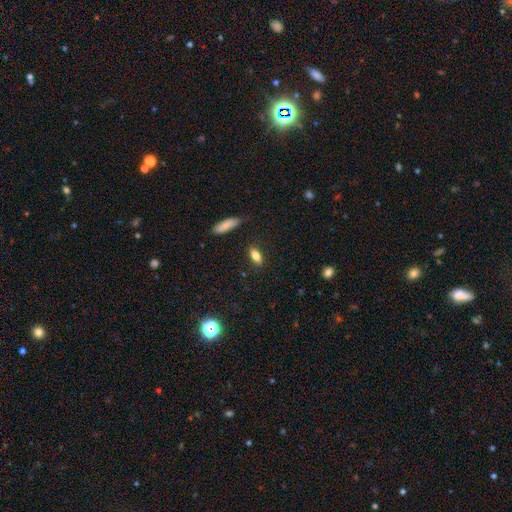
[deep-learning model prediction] Smooth or featured?
  - smooth: 77% *
  - featured or disk: 14%
  - star or artifact: 9%
How rounded?
  - in between: 75% *
  - cigar-shaped: 21%
  - round: 4%
Merging?
  - none: 85% *
  - minor disturbance: 10%
  - major disturbance: 3%
  - merger: 2%